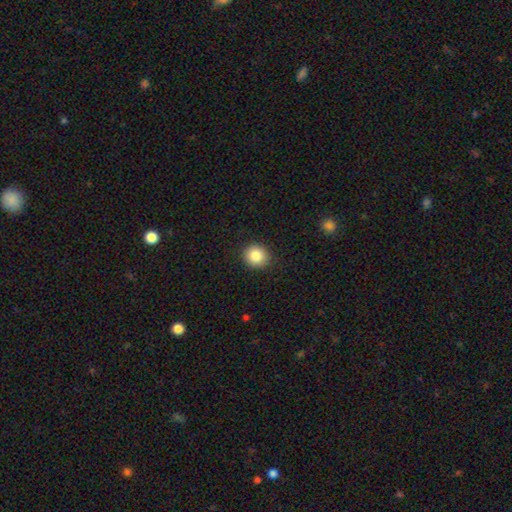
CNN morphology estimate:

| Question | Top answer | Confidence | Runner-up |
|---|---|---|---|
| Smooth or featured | smooth | 85% | star or artifact (9%) |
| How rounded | round | 84% | in between (15%) |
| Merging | none | 89% | minor disturbance (8%) |